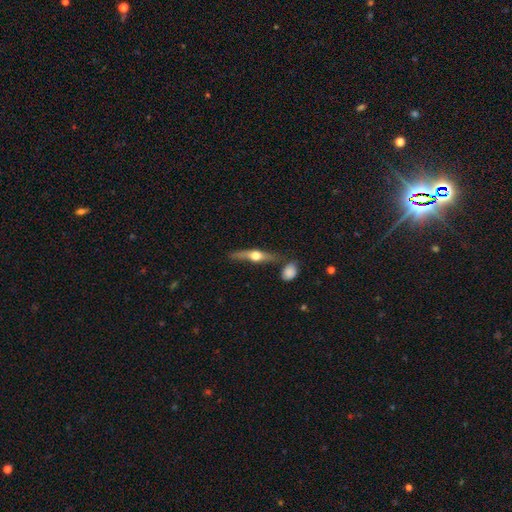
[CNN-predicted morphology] Overall: featured or disk (68%). Edge-on disk: yes (95%). Edge-on bulge: rounded (96%). Merging: none (76%).